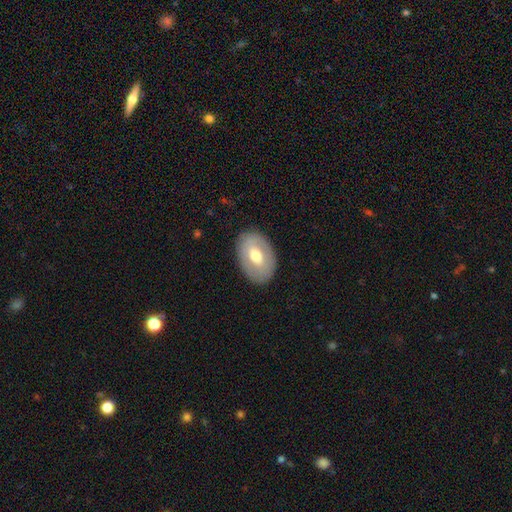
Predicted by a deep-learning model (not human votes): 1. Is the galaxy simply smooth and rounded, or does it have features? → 56% smooth, 38% featured or disk, 6% star or artifact.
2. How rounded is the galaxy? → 86% in between, 13% round, 1% cigar-shaped.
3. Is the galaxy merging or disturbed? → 85% none, 10% minor disturbance, 3% major disturbance, 1% merger.